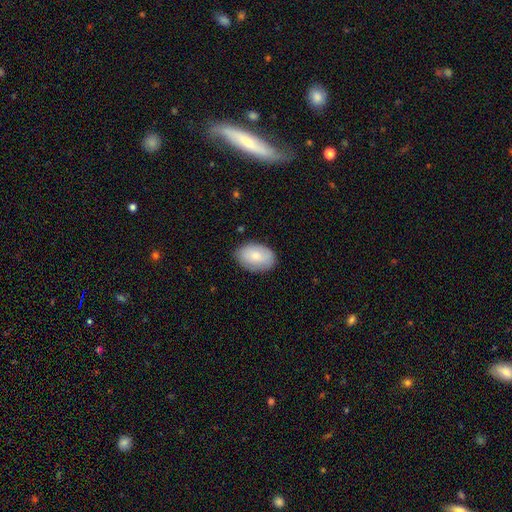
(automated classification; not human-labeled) Overall: smooth (79%). How rounded: in between (88%). Merging: none (83%).